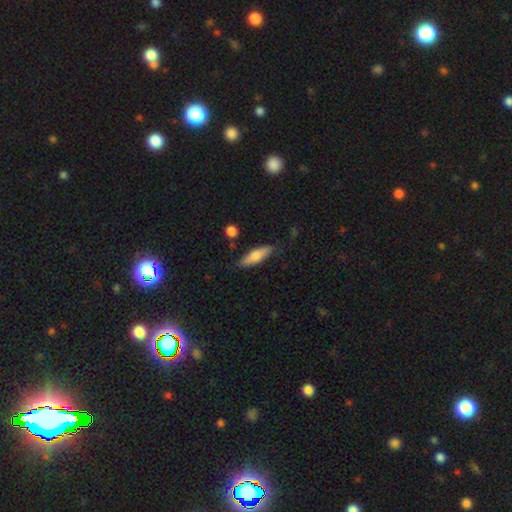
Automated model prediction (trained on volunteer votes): smooth 72%, featured or disk 23%, star or artifact 6%. Down the decision tree: how rounded — cigar-shaped (58%); merging — none (80%).